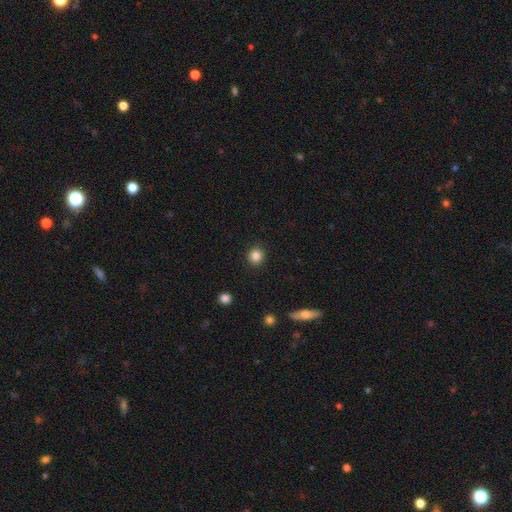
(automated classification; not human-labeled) This appears to be a smooth galaxy with no disk features (84%) that is round (91%). Merging: none (92%).